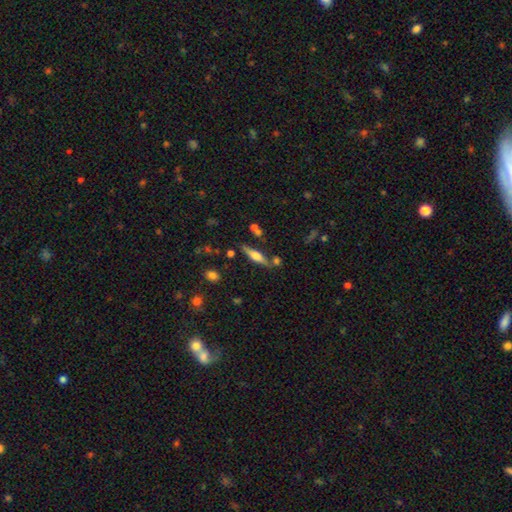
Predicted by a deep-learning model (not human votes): This is possibly a featured or disk galaxy (59%). It is clearly viewed edge-on (94%). Edge-on bulge: clearly rounded (84%). Merging: likely none (74%).